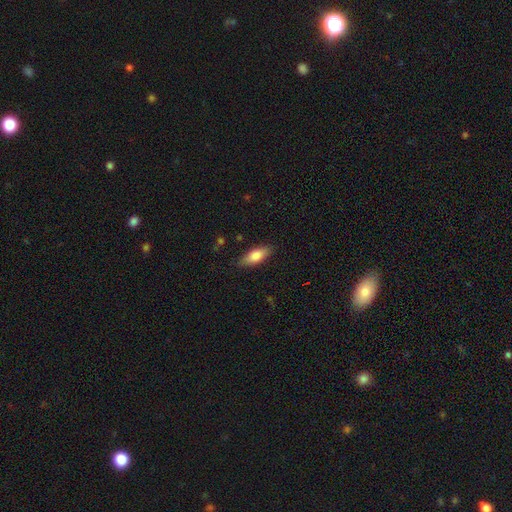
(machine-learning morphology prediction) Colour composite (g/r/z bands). It shows a smooth galaxy with no disk features (76%) that is in between round and cigar-shaped (71%). Merging: none (84%).